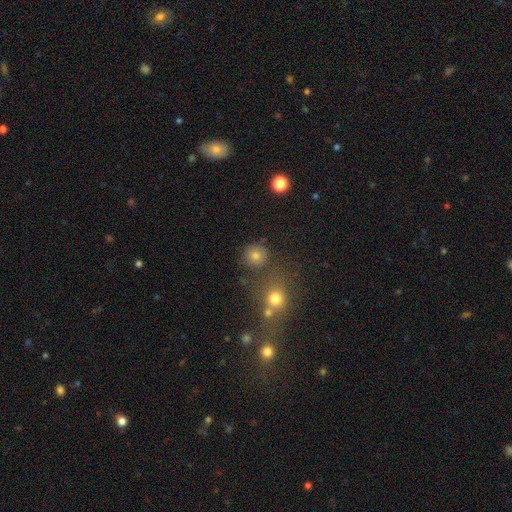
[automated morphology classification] This appears to be a smooth galaxy with no disk features (74%) that is round (92%). Merging: none (78%).